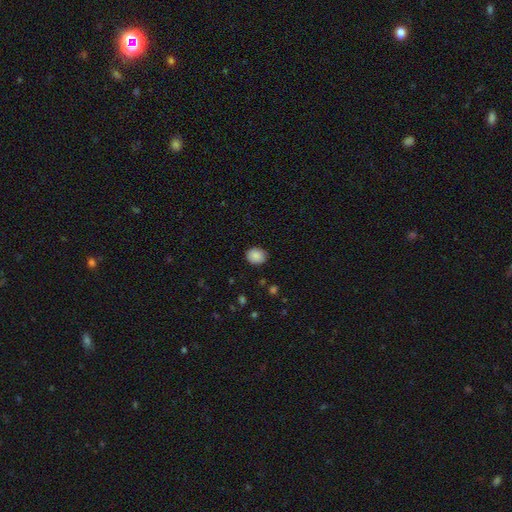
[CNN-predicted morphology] Q: Smooth or featured?
A: smooth (87%); runner-up: star or artifact (8%)
Q: How rounded?
A: round (62%); runner-up: in between (37%)
Q: Merging?
A: none (86%); runner-up: minor disturbance (11%)